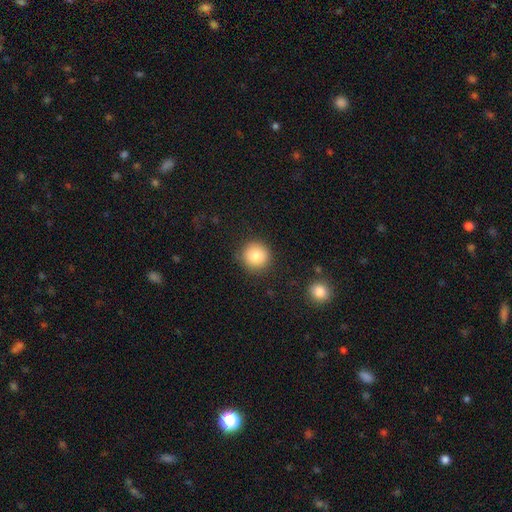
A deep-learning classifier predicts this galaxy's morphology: A smooth galaxy with no disk features (83%) that is round (94%). Merging: none (88%).